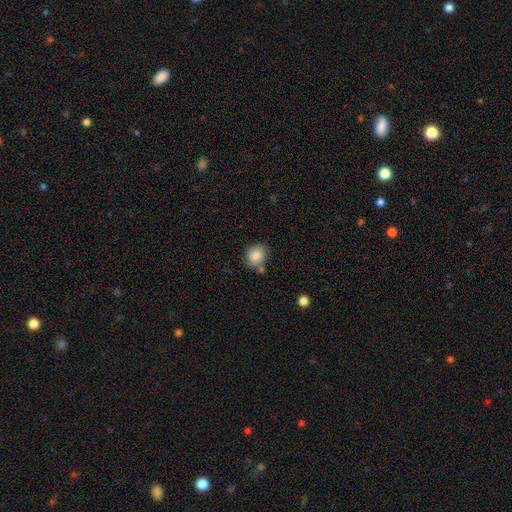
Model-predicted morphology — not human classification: type=smooth (85%); roundness=round (70%); merging=none (67%).